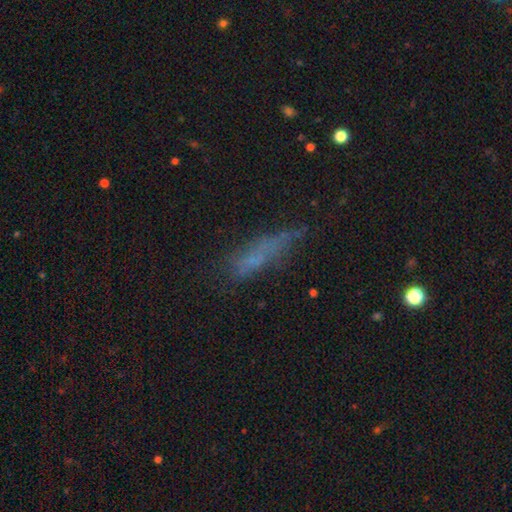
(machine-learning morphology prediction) This appears to be a smooth galaxy with no disk features (51%) that is cigar-shaped (74%). Merging: none (59%).